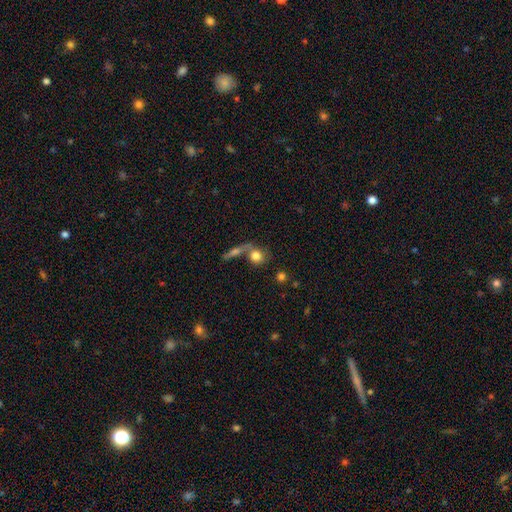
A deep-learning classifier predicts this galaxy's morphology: The model was most divided on "merging": none: 49%, merger: 35%, minor disturbance: 10%, major disturbance: 6%. More confident: how rounded — round (77%); smooth or featured — smooth (77%).